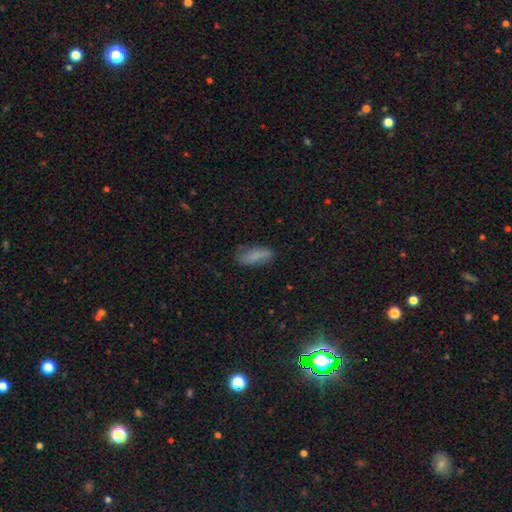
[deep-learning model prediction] A smooth galaxy with no disk features (80%) that is in between round and cigar-shaped (69%). Merging: none (72%).